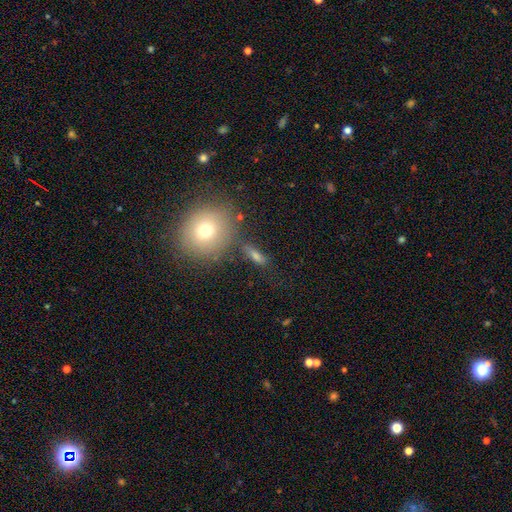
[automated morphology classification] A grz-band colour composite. It shows a smooth galaxy with no disk features (57%) that is in between round and cigar-shaped (46%). Merging: none (71%).